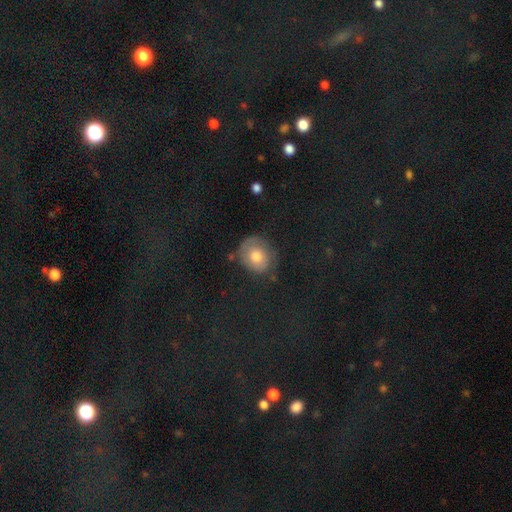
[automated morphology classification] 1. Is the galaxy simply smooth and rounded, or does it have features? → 61% smooth, 20% featured or disk, 20% star or artifact.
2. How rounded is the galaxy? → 70% round, 29% in between, 2% cigar-shaped.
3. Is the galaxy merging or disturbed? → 69% none, 21% minor disturbance, 8% major disturbance, 3% merger.